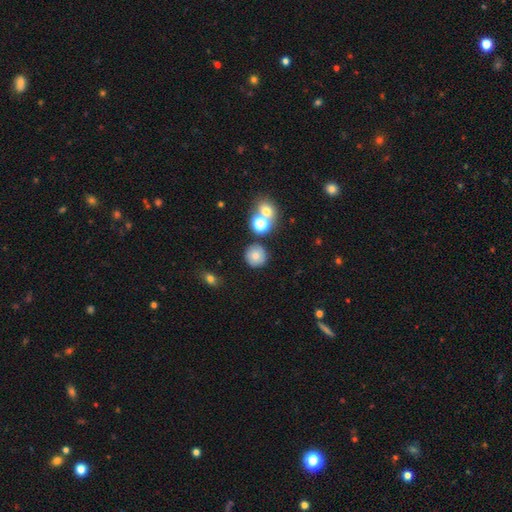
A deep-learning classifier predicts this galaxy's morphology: Q: Smooth or featured?
A: smooth (72%); runner-up: star or artifact (14%)
Q: How rounded?
A: round (92%); runner-up: in between (7%)
Q: Merging?
A: none (78%); runner-up: minor disturbance (9%)